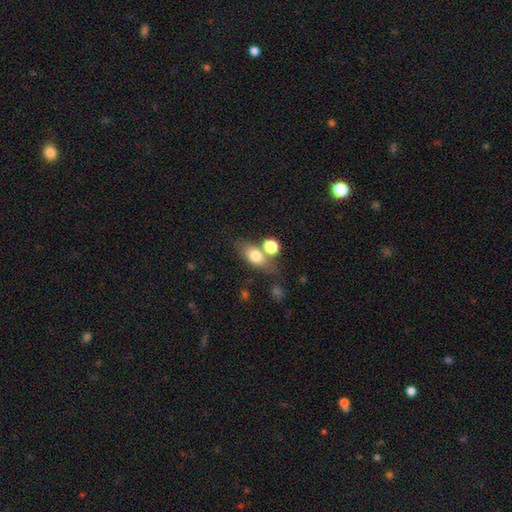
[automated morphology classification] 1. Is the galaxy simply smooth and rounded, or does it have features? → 75% smooth, 16% featured or disk, 9% star or artifact.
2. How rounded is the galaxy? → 74% in between, 18% round, 8% cigar-shaped.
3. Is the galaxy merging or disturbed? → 56% none, 24% merger, 14% minor disturbance, 6% major disturbance.